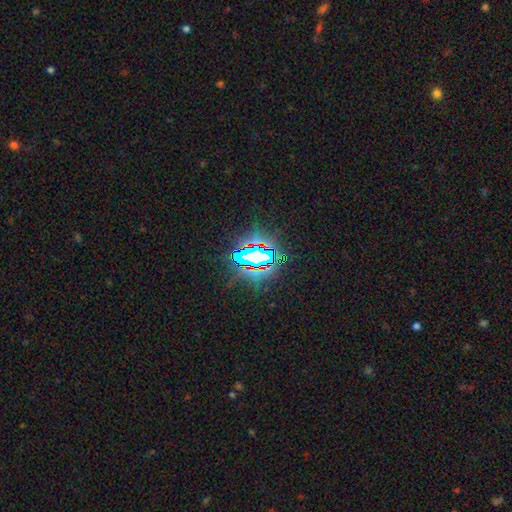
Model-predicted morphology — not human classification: This appears to be a star or artifact, not a galaxy (73%).